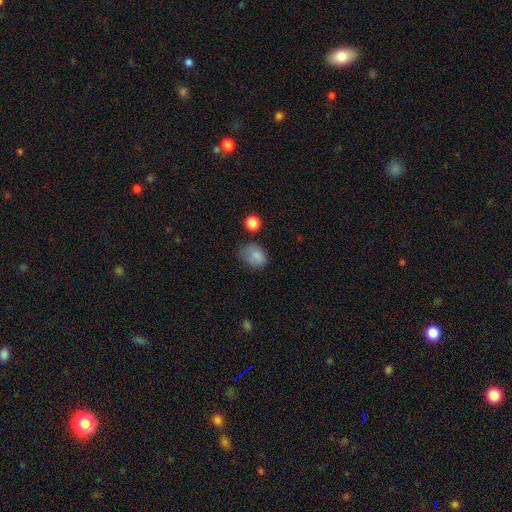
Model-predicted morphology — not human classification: This is clearly a smooth galaxy (83%). How rounded: likely in between (68%). Merging: possibly none (53%).